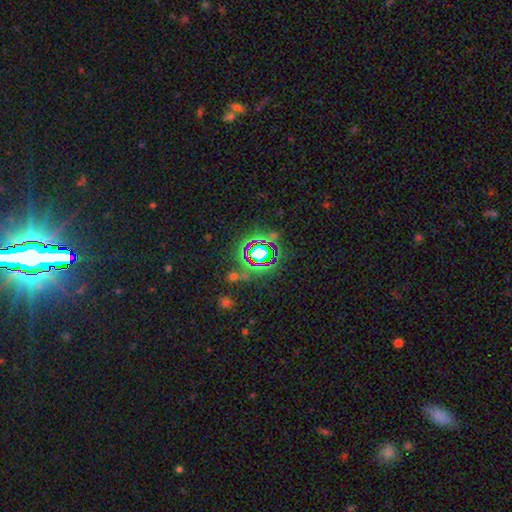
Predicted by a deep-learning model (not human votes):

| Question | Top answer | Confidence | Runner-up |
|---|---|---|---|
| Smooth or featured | star or artifact | 72% | smooth (16%) |